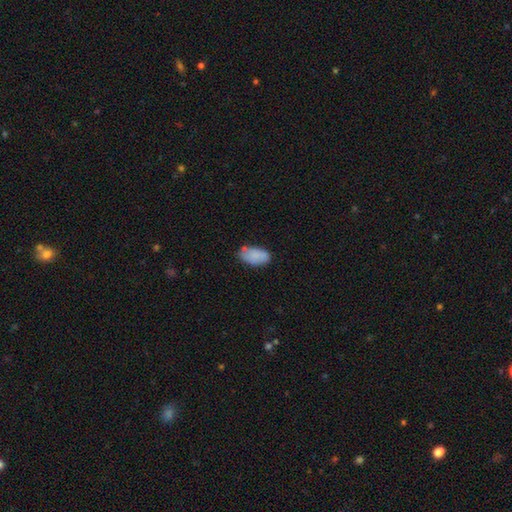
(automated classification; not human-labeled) Morphology: type=smooth (81%); roundness=in between (94%); merging=none (65%).